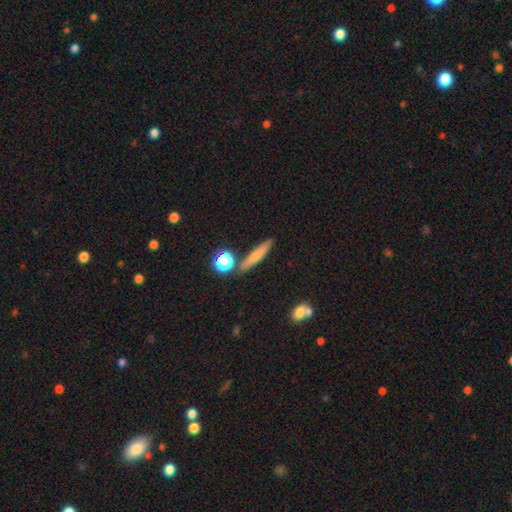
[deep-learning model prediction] A smooth galaxy with no disk features (60%) that is cigar-shaped (83%). Merging: none (82%).